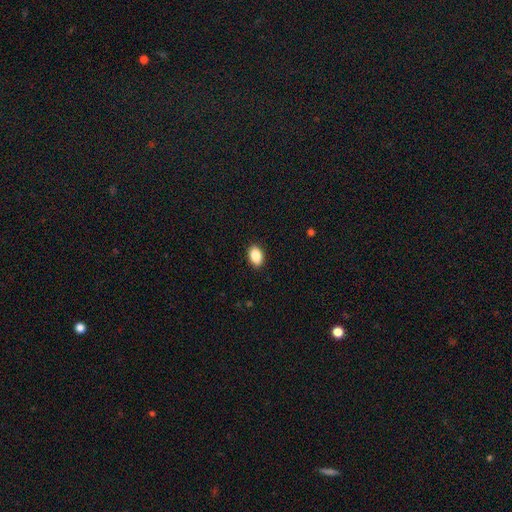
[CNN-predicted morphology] smooth 89%, star or artifact 7%, featured or disk 3%. Down the decision tree: how rounded — in between (89%); merging — none (90%).